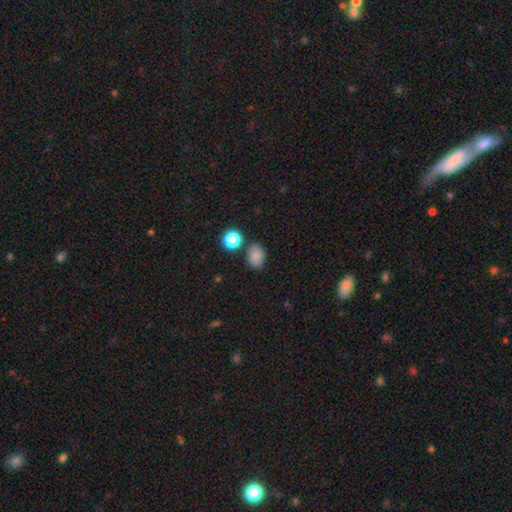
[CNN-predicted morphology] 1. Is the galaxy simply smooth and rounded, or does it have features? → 84% smooth, 11% star or artifact, 4% featured or disk.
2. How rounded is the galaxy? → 67% in between, 32% round, 1% cigar-shaped.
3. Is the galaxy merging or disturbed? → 74% none, 15% minor disturbance, 7% merger, 4% major disturbance.